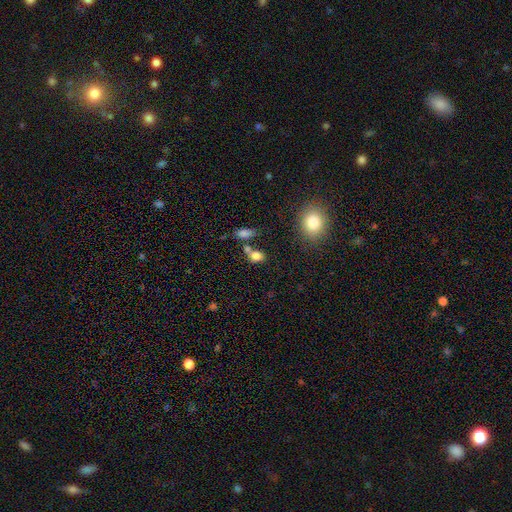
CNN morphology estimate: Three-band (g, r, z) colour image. It shows a smooth galaxy with no disk features (80%) that is in between round and cigar-shaped (62%). Merging: none (47%).